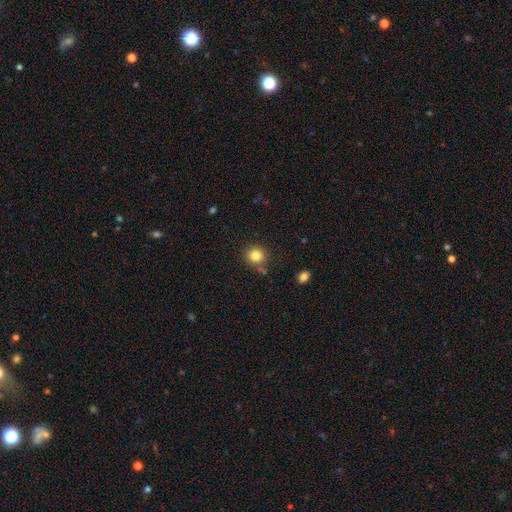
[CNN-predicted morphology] Smooth or featured: smooth — 83% (star or artifact — 11%)
How rounded: round — 90% (in between — 9%)
Merging: none — 80% (minor disturbance — 10%)